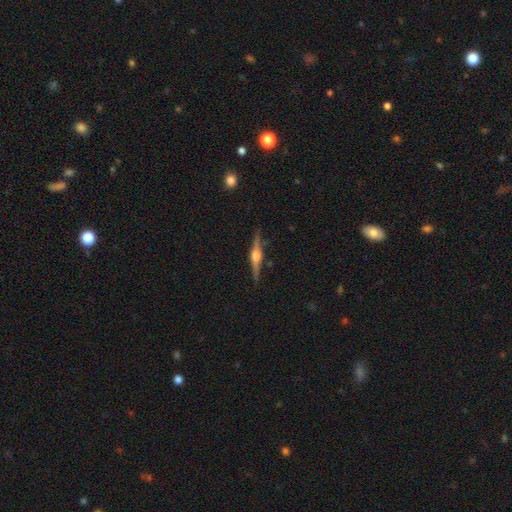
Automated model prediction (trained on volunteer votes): Q: Smooth or featured?
A: featured or disk (82%); runner-up: smooth (12%)
Q: Edge-on disk?
A: yes (98%); runner-up: no (2%)
Q: Edge-on bulge?
A: rounded (92%); runner-up: boxy (6%)
Q: Merging?
A: none (88%); runner-up: minor disturbance (9%)